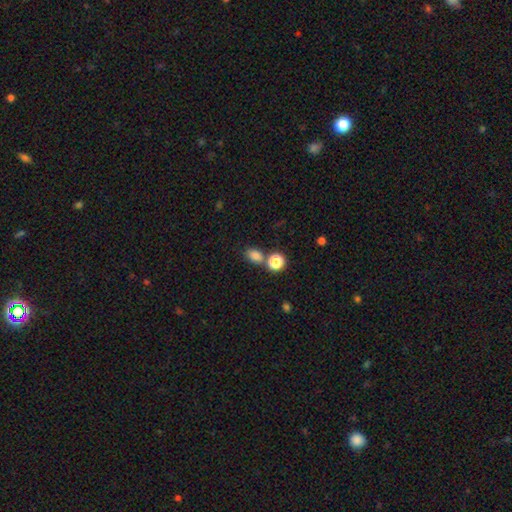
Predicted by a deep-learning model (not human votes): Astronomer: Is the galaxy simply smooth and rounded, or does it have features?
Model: smooth — 81%.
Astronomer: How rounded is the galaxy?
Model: in between — 66%.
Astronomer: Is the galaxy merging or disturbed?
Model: none — 63%.